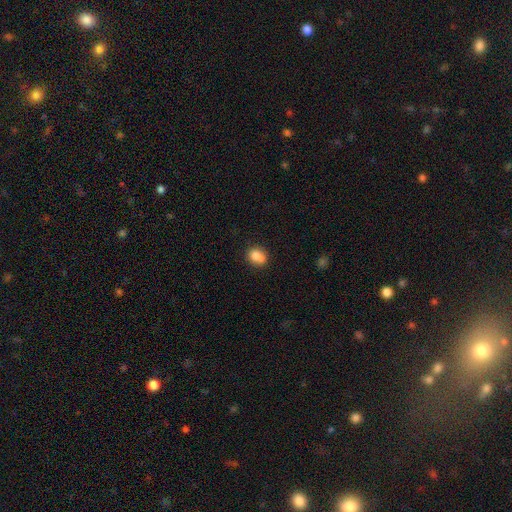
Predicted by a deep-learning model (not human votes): Smooth or featured: smooth — 81% (star or artifact — 10%)
How rounded: round — 56% (in between — 43%)
Merging: none — 58% (minor disturbance — 20%)